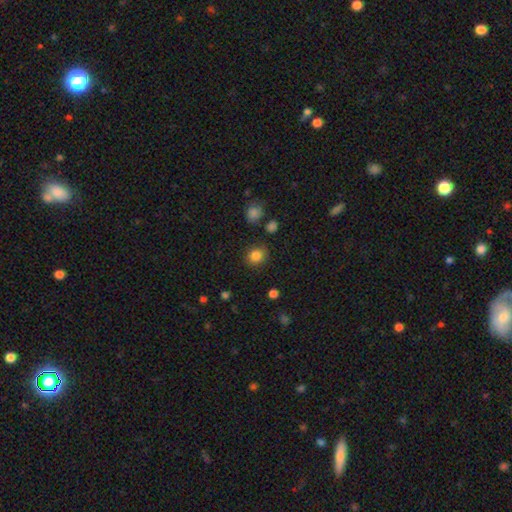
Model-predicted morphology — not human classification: This is clearly a smooth galaxy (84%). How rounded: likely round (76%). Merging: clearly none (83%).